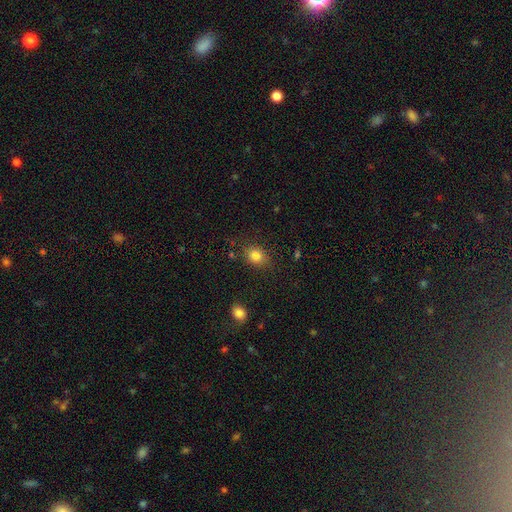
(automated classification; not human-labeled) Smooth or featured? Predicted: smooth (p=0.80). How rounded? Predicted: round (p=0.51). Merging? Predicted: none (p=0.83).